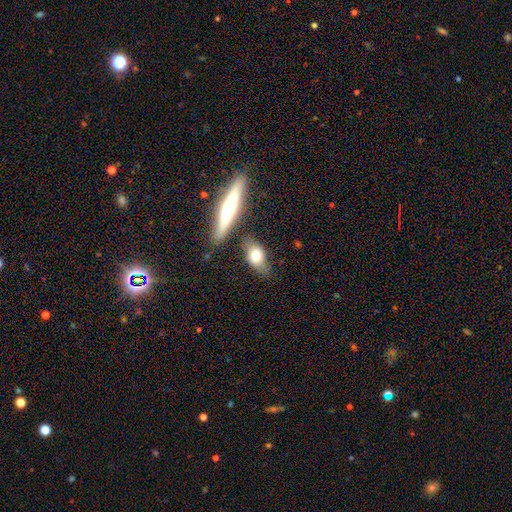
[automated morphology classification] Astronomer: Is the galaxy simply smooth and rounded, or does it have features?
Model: smooth — 70%.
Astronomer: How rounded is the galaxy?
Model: in between — 79%.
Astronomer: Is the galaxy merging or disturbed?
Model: none — 67%.